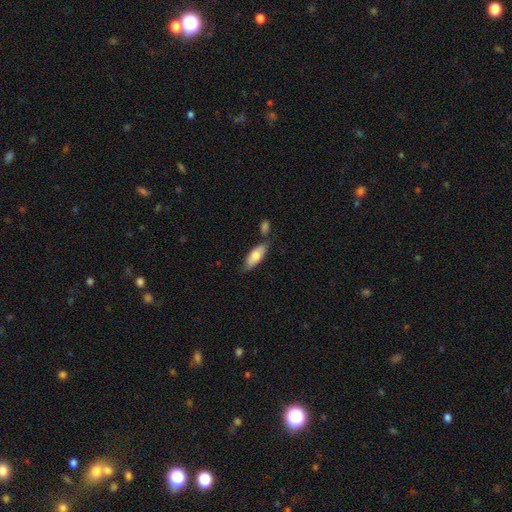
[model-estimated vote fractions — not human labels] Smooth or featured?
  - smooth: 73% *
  - featured or disk: 22%
  - star or artifact: 6%
How rounded?
  - in between: 76% *
  - cigar-shaped: 22%
  - round: 2%
Merging?
  - none: 65% *
  - minor disturbance: 17%
  - merger: 14%
  - major disturbance: 4%